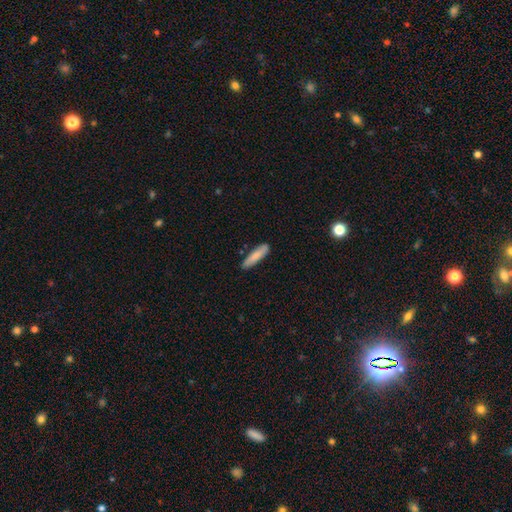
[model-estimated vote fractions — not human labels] smooth_or_featured: smooth (p=0.82) [alt: featured or disk p=0.12]
how_rounded: cigar-shaped (p=0.76) [alt: in between p=0.23]
merging: none (p=0.81) [alt: minor disturbance p=0.14]